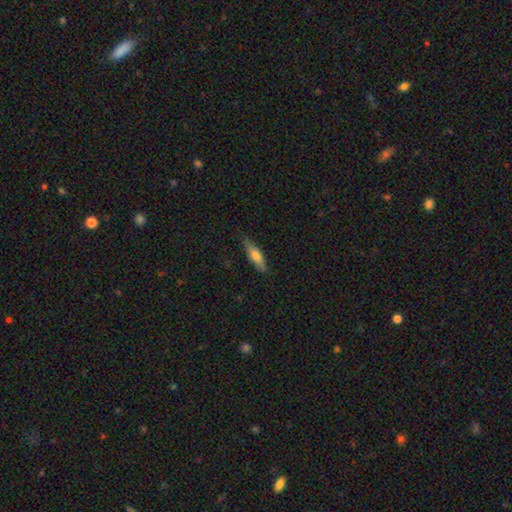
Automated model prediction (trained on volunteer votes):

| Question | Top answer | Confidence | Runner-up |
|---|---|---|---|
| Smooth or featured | smooth | 69% | featured or disk (25%) |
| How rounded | cigar-shaped | 60% | in between (38%) |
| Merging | none | 81% | minor disturbance (15%) |